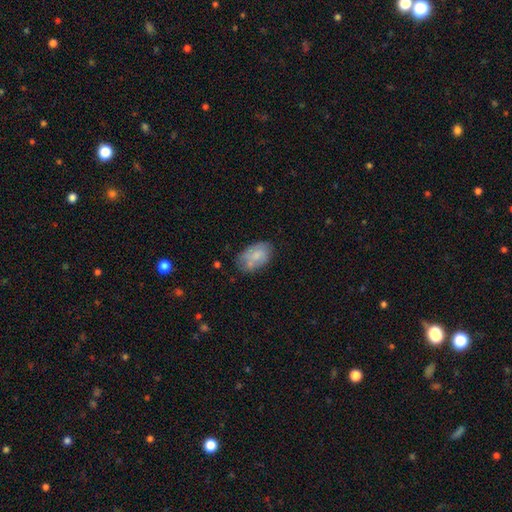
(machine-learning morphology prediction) Q: Smooth or featured?
A: smooth (67%); runner-up: featured or disk (26%)
Q: How rounded?
A: in between (88%); runner-up: round (10%)
Q: Merging?
A: none (56%); runner-up: minor disturbance (28%)